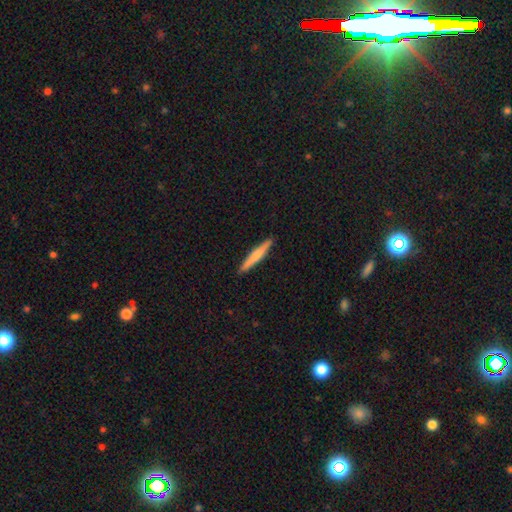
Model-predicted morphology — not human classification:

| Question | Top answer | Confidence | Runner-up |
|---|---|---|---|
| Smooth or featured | smooth | 59% | featured or disk (36%) |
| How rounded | cigar-shaped | 95% | in between (4%) |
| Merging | none | 92% | minor disturbance (6%) |